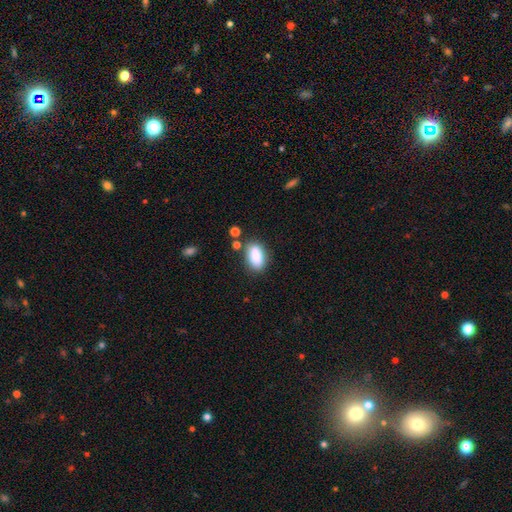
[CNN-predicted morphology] Smooth or featured? smooth (87%)
How rounded? in between (91%)
Merging? none (76%)